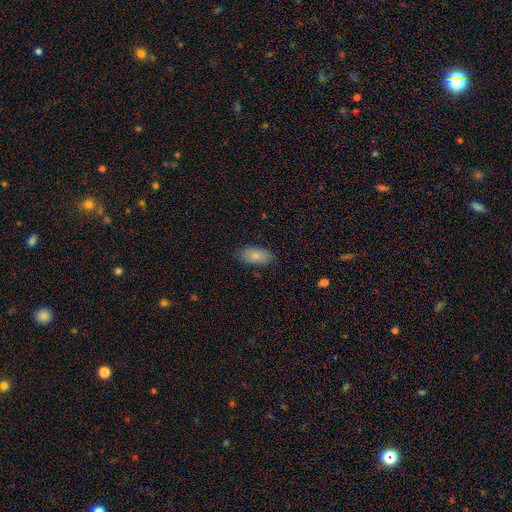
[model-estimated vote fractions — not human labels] This is clearly a smooth galaxy (84%). How rounded: clearly in between (93%). Merging: clearly none (82%).